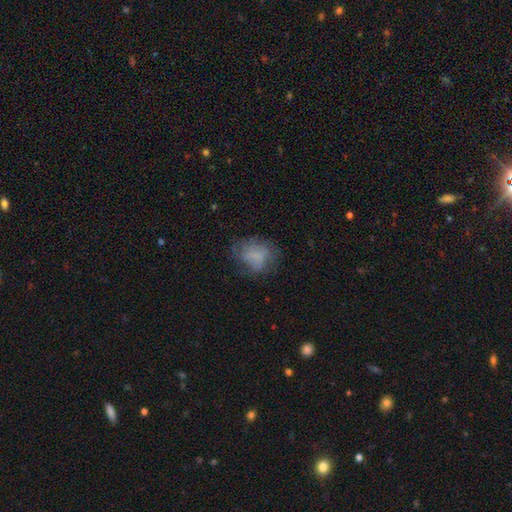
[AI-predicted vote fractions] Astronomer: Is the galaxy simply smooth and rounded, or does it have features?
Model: smooth — 64%.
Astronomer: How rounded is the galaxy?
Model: in between — 53% (runner-up: round, 46%).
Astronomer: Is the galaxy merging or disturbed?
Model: none — 53%.